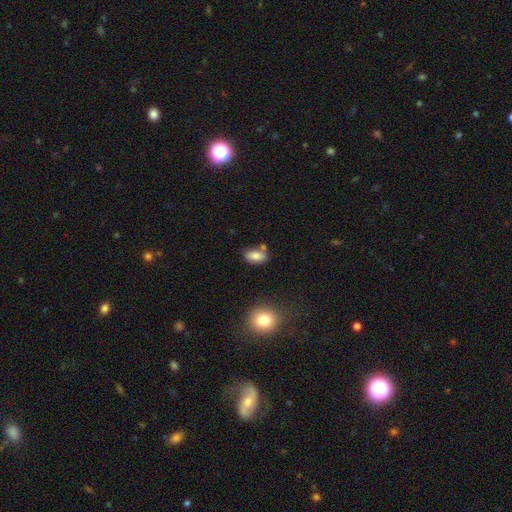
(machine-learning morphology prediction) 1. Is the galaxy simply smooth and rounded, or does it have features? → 80% smooth, 11% featured or disk, 9% star or artifact.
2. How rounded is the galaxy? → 88% in between, 7% round, 5% cigar-shaped.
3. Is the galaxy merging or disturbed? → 69% none, 15% minor disturbance, 12% merger, 4% major disturbance.